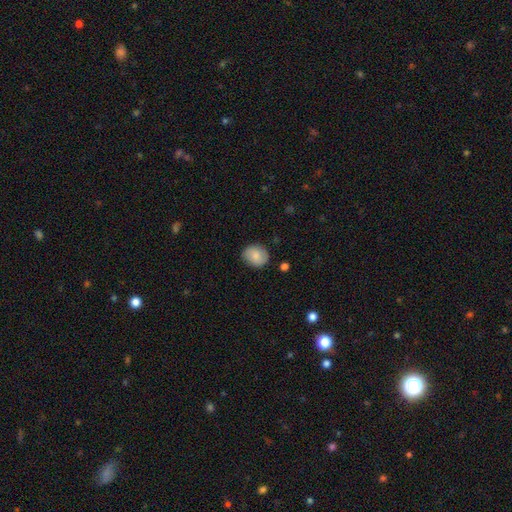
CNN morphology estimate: Overall: smooth (80%). How rounded: round (65%; in between 34%). Merging: none (82%).